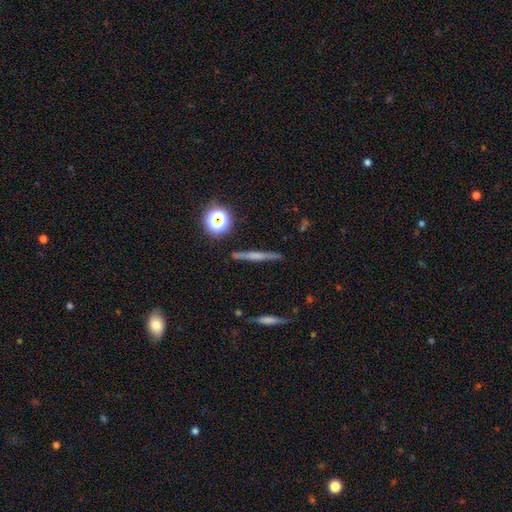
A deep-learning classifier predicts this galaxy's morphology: This is marginally a featured or disk galaxy (44%). Merging: clearly none (88%).